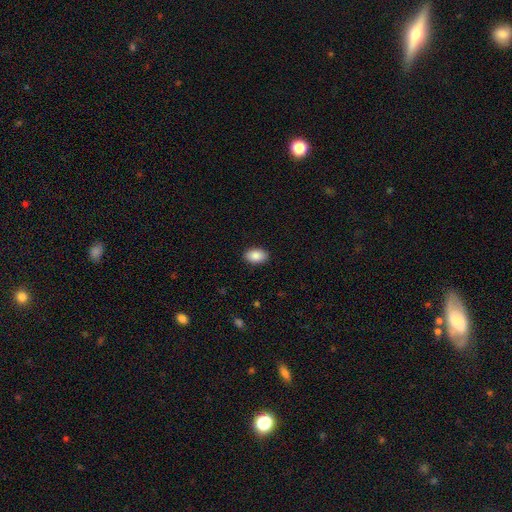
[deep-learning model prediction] A smooth galaxy with no disk features (89%) that is in between round and cigar-shaped (90%). Merging: none (90%).